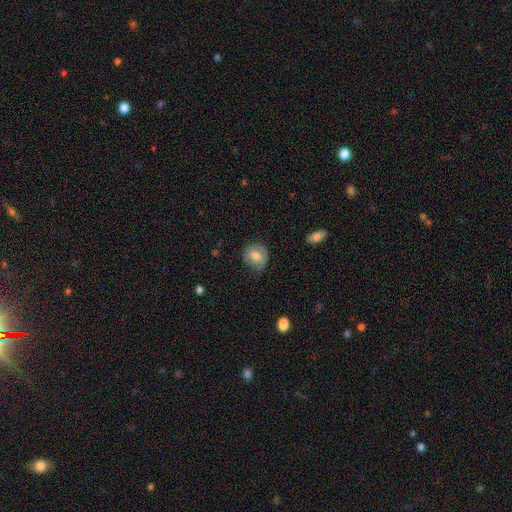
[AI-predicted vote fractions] Smooth or featured: smooth — 68% (featured or disk — 24%)
How rounded: round — 71% (in between — 28%)
Merging: none — 67% (minor disturbance — 25%)